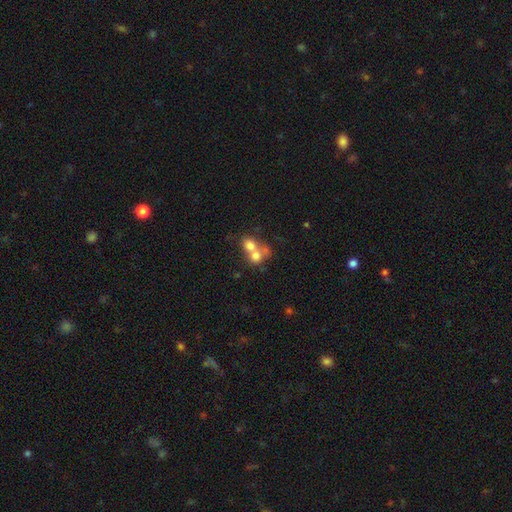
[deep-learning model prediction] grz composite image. It shows a smooth galaxy with no disk features (68%) that is round (70%). Merging: merger (68%).